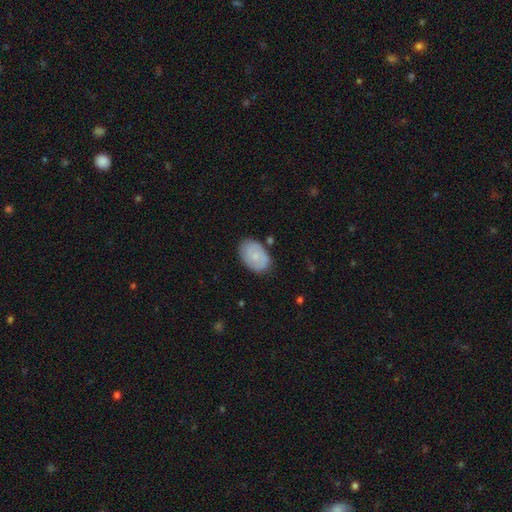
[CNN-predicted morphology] type=smooth (52%); roundness=in between (85%); merging=none (79%).